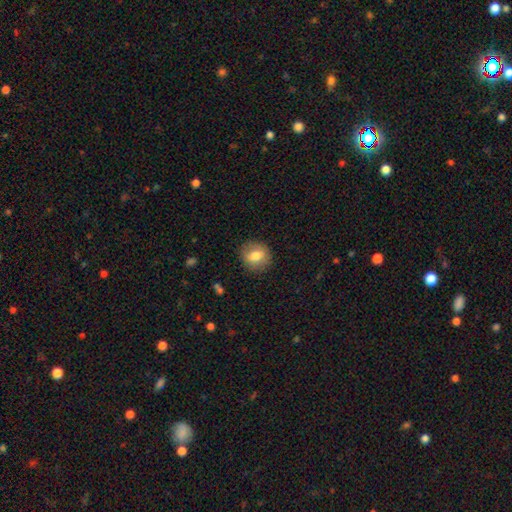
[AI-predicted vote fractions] Q: Smooth or featured?
A: smooth (76%); runner-up: featured or disk (16%)
Q: How rounded?
A: round (80%); runner-up: in between (19%)
Q: Merging?
A: none (87%); runner-up: minor disturbance (9%)